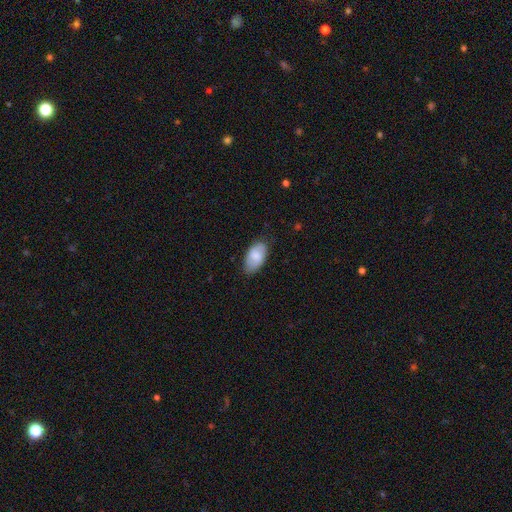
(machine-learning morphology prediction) Smooth or featured? Predicted: smooth (p=0.72). How rounded? Predicted: in between (p=0.94). Merging? Predicted: none (p=0.77).